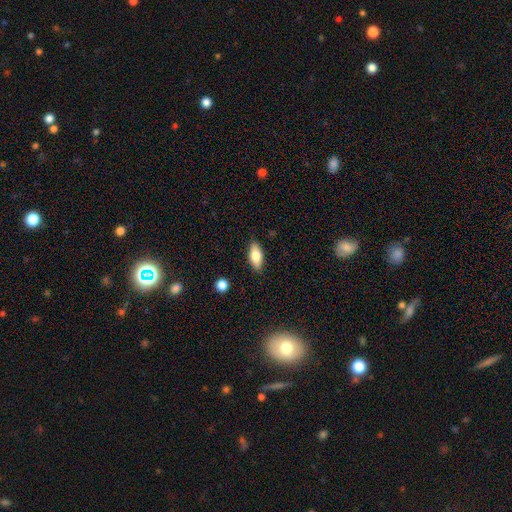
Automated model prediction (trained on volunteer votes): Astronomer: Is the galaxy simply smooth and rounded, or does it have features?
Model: smooth — 77%.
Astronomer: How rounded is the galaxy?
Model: in between — 83%.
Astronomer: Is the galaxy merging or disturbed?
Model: none — 86%.